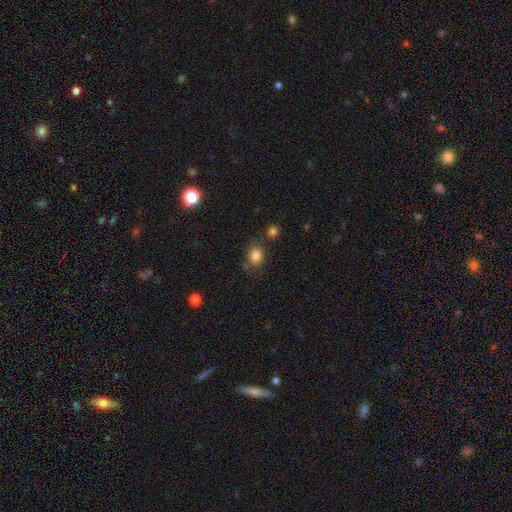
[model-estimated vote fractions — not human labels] Smooth or featured?
  - smooth: 83% *
  - star or artifact: 11%
  - featured or disk: 6%
How rounded?
  - in between: 54% *
  - round: 45%
  - cigar-shaped: 1%
Merging?
  - none: 71% *
  - minor disturbance: 16%
  - merger: 9%
  - major disturbance: 5%